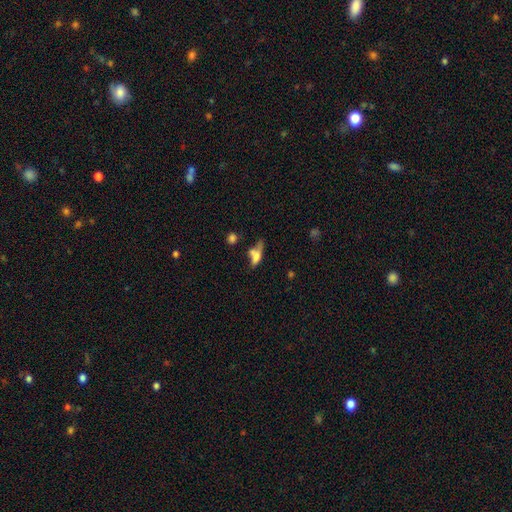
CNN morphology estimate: A smooth galaxy with no disk features (55%) that is in between round and cigar-shaped (51%).

Vote fractions:
- Smooth or featured? smooth: 55% / featured or disk: 34% / star or artifact: 11%
- How rounded? in between: 51% / cigar-shaped: 43% / round: 6%
- Merging? none: 37% / merger: 26% / minor disturbance: 21% / major disturbance: 16%